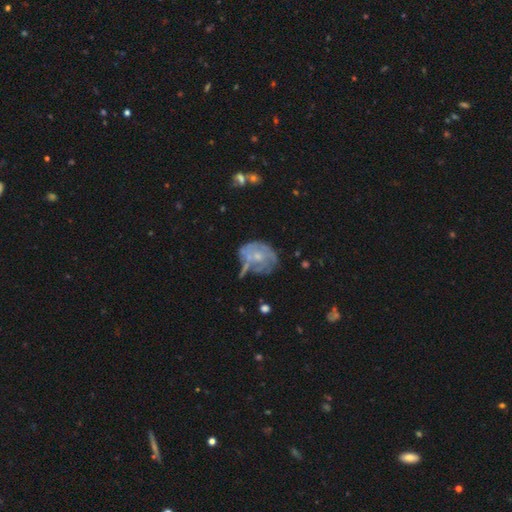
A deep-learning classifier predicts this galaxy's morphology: A featured or disk galaxy (67%) with no bar (80%), spiral arms (61%) and a small central bulge (58%).

Vote fractions:
- Smooth or featured? featured or disk: 67% / smooth: 24% / star or artifact: 9%
- Edge-on disk? no: 97% / yes: 3%
- Bar? no: 80% / weak: 17% / strong: 3%
- Spiral arms? yes: 61% / no: 39%
- Bulge size? small: 58% / moderate: 33% / none: 6% / large: 2% / dominant: 1%
- Merging? none: 43% / minor disturbance: 27% / major disturbance: 20% / merger: 10%